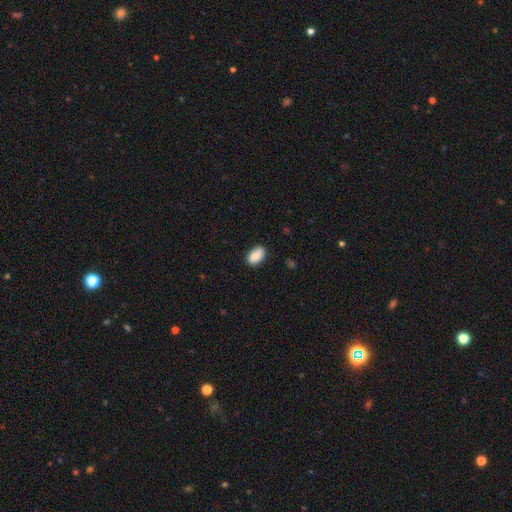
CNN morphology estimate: Smooth or featured? smooth (87%)
How rounded? in between (92%)
Merging? none (84%)